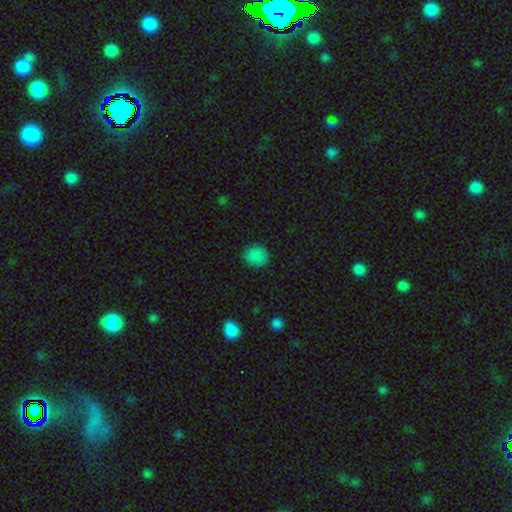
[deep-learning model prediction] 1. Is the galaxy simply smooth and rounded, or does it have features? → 85% smooth, 12% star or artifact, 3% featured or disk.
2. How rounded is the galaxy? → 74% round, 25% in between, 1% cigar-shaped.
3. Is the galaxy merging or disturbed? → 87% none, 10% minor disturbance, 2% major disturbance, 1% merger.